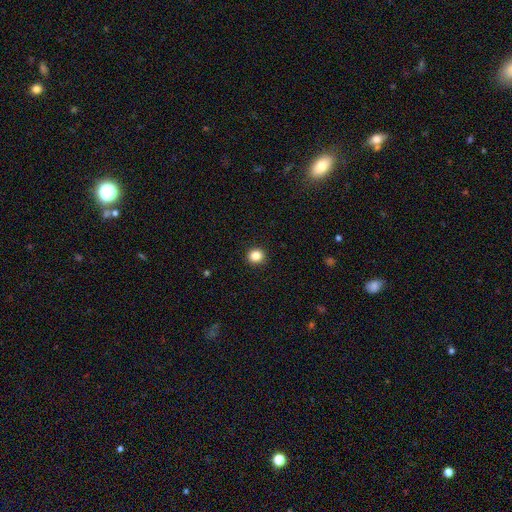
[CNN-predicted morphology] A smooth galaxy with no disk features (85%) that is round (87%).

Vote fractions:
- Smooth or featured? smooth: 85% / star or artifact: 11% / featured or disk: 4%
- How rounded? round: 87% / in between: 12% / cigar-shaped: 1%
- Merging? none: 92% / minor disturbance: 5% / major disturbance: 2% / merger: 1%